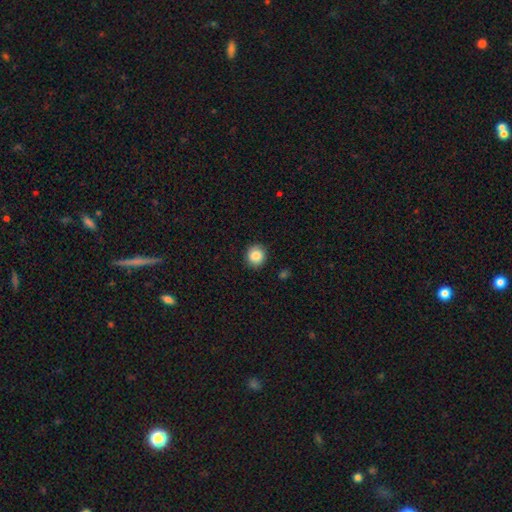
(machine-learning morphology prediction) This appears to be a smooth galaxy with no disk features (86%) that is round (86%). Merging: none (89%).